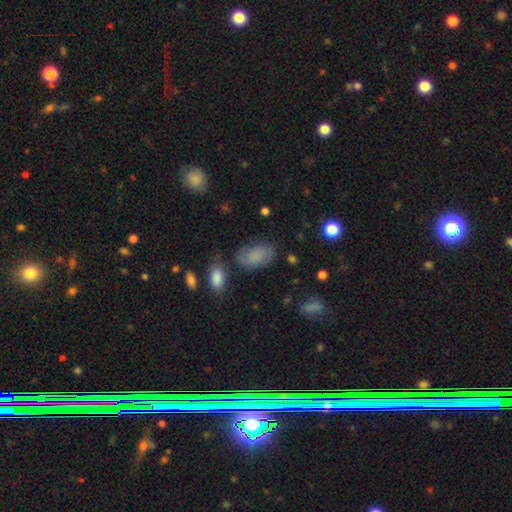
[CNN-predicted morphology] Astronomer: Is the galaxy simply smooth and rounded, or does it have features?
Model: smooth — 77%.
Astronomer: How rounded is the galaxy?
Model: in between — 92%.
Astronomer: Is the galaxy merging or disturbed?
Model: none — 65%.